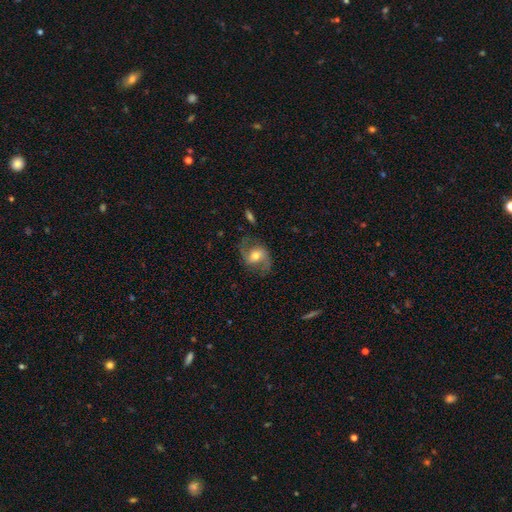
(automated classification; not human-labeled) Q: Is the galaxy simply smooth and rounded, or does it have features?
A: featured or disk — 68%.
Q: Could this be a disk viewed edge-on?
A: no — 96%.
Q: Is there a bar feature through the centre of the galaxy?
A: weak — 43%.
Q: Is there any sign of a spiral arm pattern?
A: yes — 88%.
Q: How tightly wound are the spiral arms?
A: medium — 44%.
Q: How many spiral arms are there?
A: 2 — 88%.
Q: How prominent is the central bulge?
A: moderate — 64%.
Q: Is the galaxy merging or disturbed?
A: none — 72%.